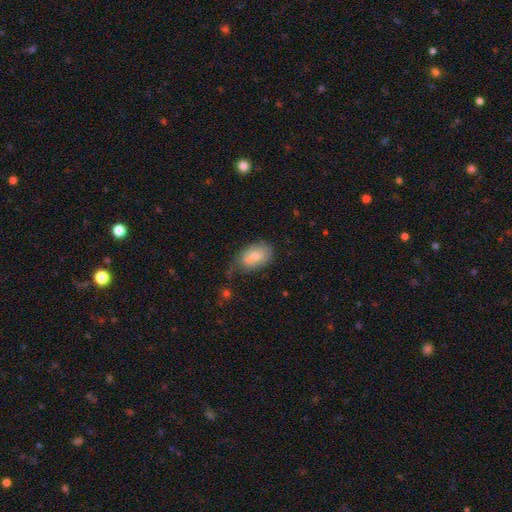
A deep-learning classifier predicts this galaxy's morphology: A smooth galaxy with no disk features (75%) that is in between round and cigar-shaped (87%). Merging: none (53%).